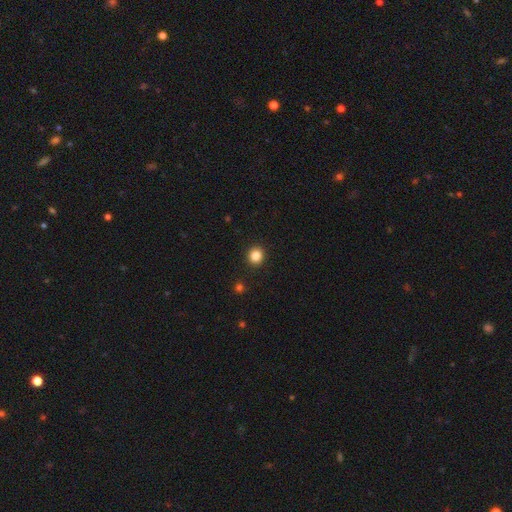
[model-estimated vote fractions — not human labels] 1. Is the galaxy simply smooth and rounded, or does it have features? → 84% smooth, 12% star or artifact, 4% featured or disk.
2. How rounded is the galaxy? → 89% round, 10% in between, 1% cigar-shaped.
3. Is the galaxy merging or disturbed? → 92% none, 5% minor disturbance, 2% major disturbance, 1% merger.